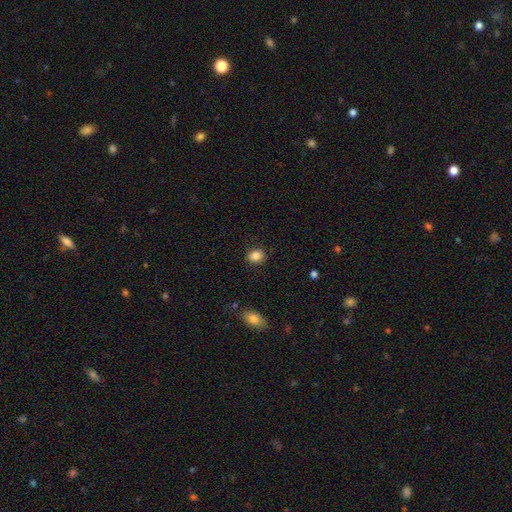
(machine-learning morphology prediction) This appears to be a smooth galaxy with no disk features (85%) that is round (58%). Merging: none (87%).